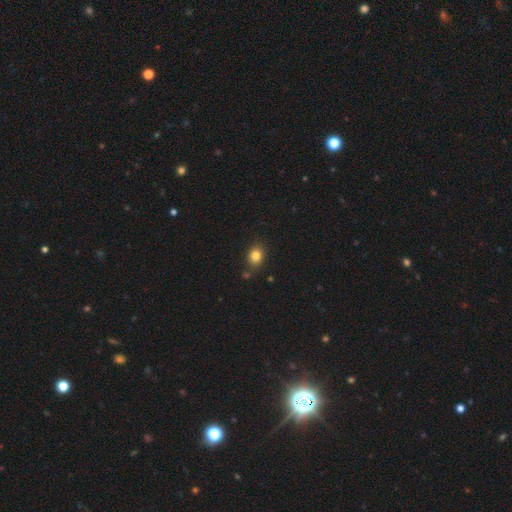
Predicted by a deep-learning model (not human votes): Smooth or featured: smooth — 83% (star or artifact — 11%)
How rounded: in between — 52% (round — 47%)
Merging: none — 78% (minor disturbance — 14%)